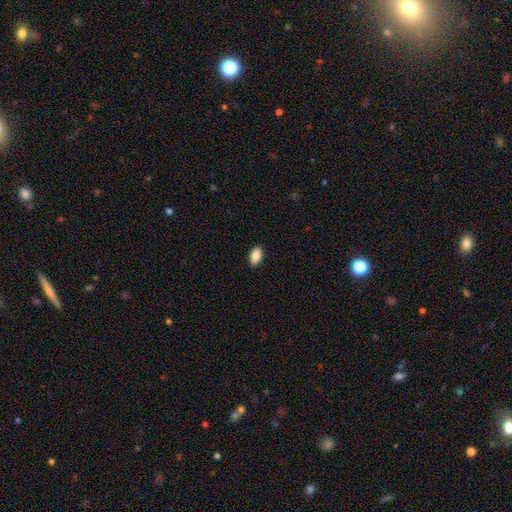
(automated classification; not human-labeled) Morphology: type=smooth (89%); roundness=in between (93%); merging=none (90%).